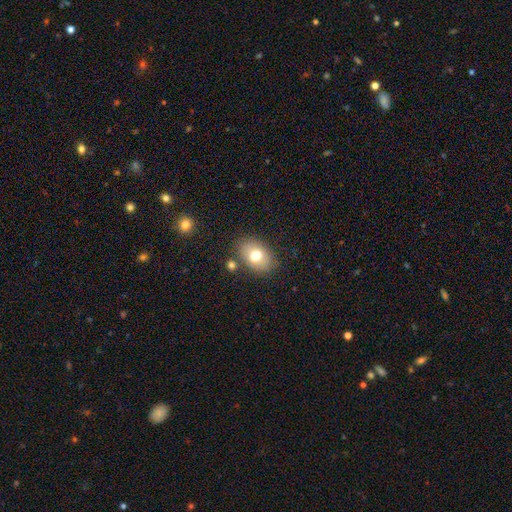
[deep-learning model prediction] Q: Smooth or featured?
A: smooth (73%); runner-up: featured or disk (17%)
Q: How rounded?
A: in between (72%); runner-up: round (27%)
Q: Merging?
A: none (78%); runner-up: minor disturbance (13%)